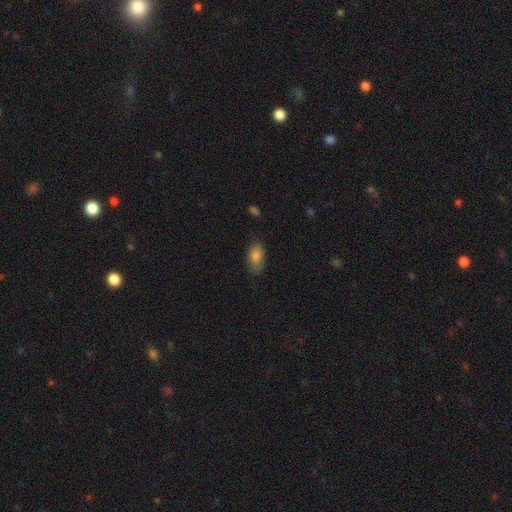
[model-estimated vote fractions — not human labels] Smooth or featured?
  - smooth: 83% *
  - featured or disk: 9%
  - star or artifact: 8%
How rounded?
  - in between: 91% *
  - round: 6%
  - cigar-shaped: 4%
Merging?
  - none: 75% *
  - minor disturbance: 19%
  - major disturbance: 4%
  - merger: 1%